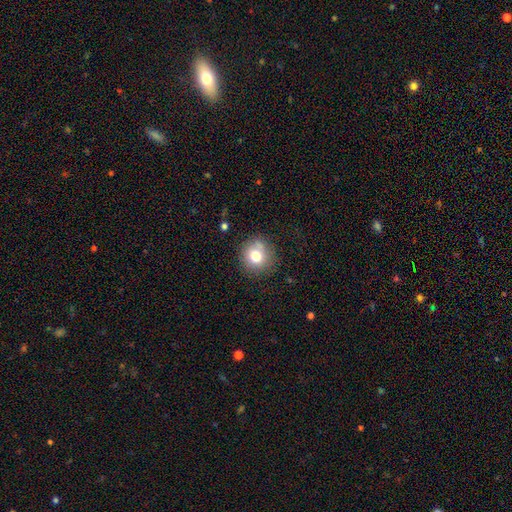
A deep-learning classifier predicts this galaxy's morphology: This is likely a smooth galaxy (77%). How rounded: clearly round (88%). Merging: likely none (72%).